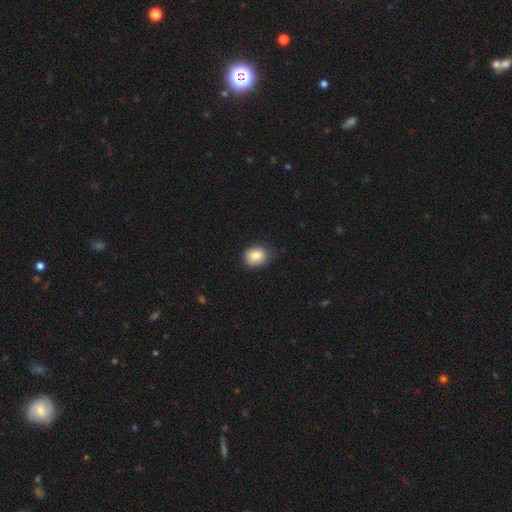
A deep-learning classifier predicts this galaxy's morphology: smooth-or-featured: smooth: 85% | star or artifact: 9% | featured or disk: 6%
  how-rounded: round: 57% | in between: 42% | cigar-shaped: 1%
  merging: none: 75% | minor disturbance: 21% | major disturbance: 3% | merger: 1%